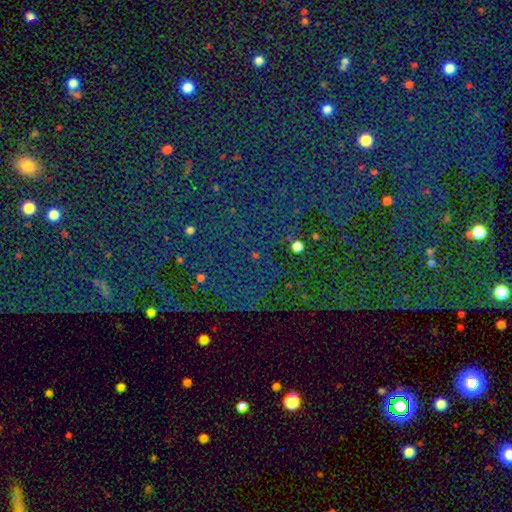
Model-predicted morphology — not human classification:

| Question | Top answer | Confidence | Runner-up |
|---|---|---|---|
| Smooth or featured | star or artifact | 78% | smooth (14%) |